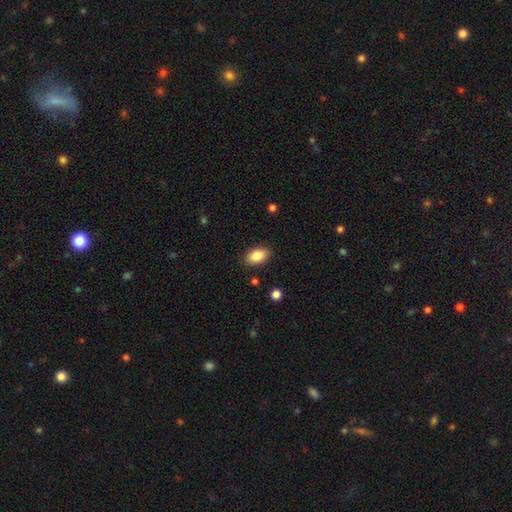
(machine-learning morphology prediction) This is clearly a smooth galaxy (86%). How rounded: clearly in between (91%). Merging: clearly none (87%).